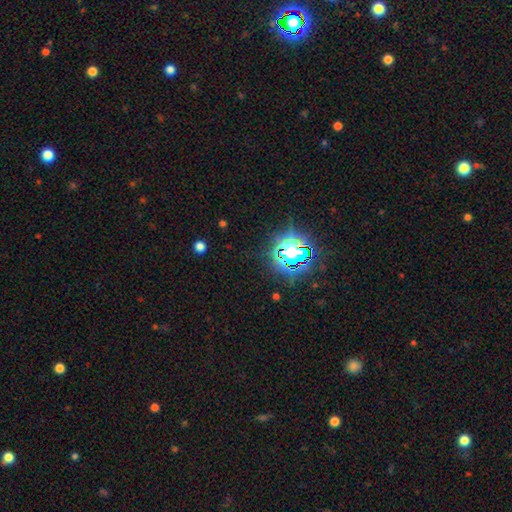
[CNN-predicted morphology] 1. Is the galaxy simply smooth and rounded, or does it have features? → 82% star or artifact, 11% smooth, 7% featured or disk.